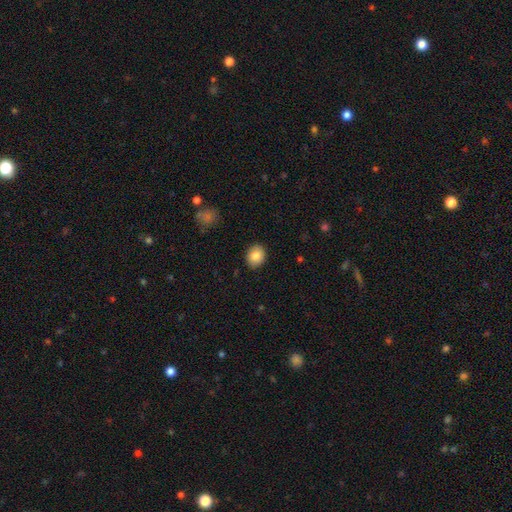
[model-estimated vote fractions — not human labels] Morphology: type=smooth (84%); roundness=round (54%); merging=none (89%).